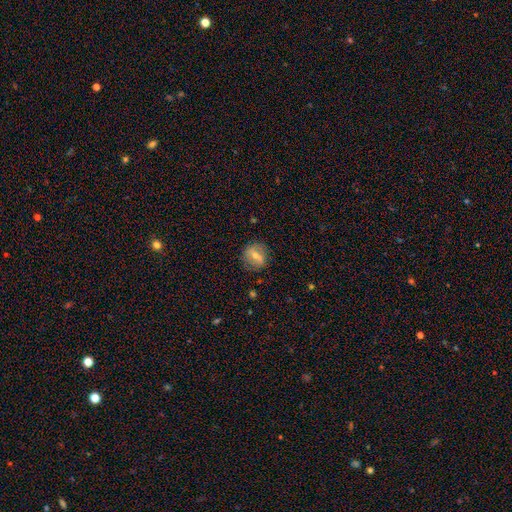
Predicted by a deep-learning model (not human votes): This is possibly a featured or disk galaxy (47%). Merging: likely none (79%).